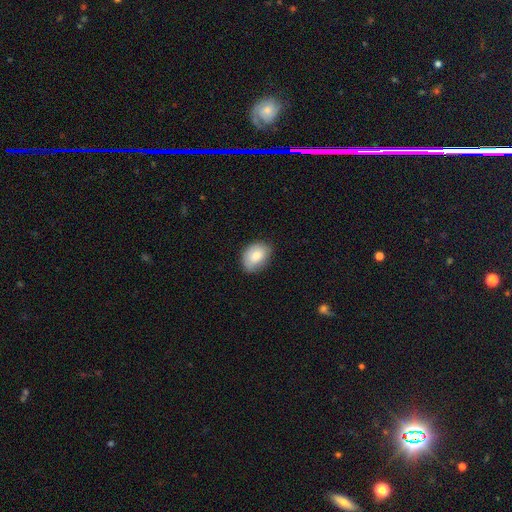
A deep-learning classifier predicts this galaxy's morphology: Smooth or featured: smooth — 81% (featured or disk — 12%)
How rounded: in between — 73% (round — 26%)
Merging: none — 75% (minor disturbance — 21%)